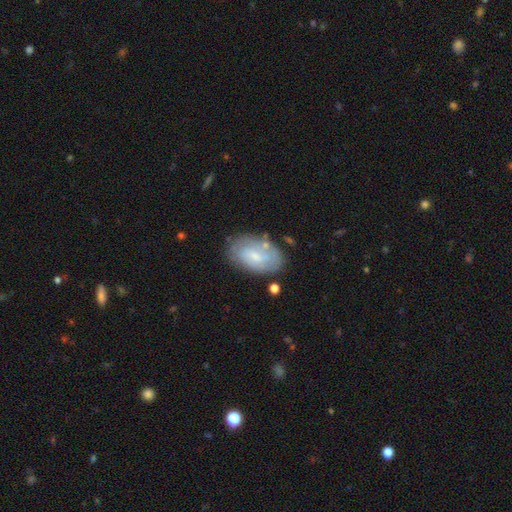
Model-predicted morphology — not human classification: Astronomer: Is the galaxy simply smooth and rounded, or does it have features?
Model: featured or disk — 47% (runner-up: smooth, 46%).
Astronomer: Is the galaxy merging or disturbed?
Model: none — 72%.